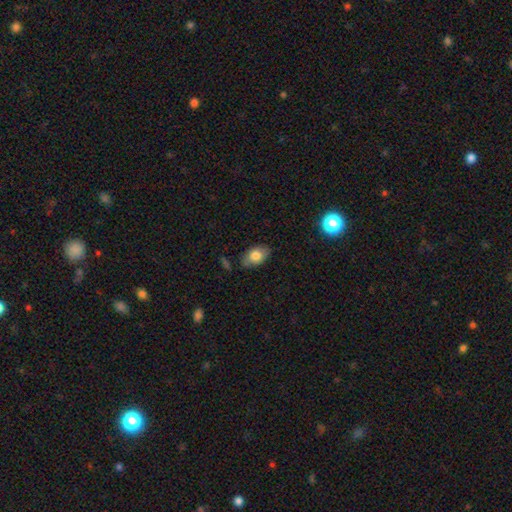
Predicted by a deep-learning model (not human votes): Smooth or featured?
  - smooth: 79% *
  - featured or disk: 13%
  - star or artifact: 8%
How rounded?
  - in between: 89% *
  - round: 10%
  - cigar-shaped: 2%
Merging?
  - none: 78% *
  - minor disturbance: 17%
  - major disturbance: 3%
  - merger: 2%